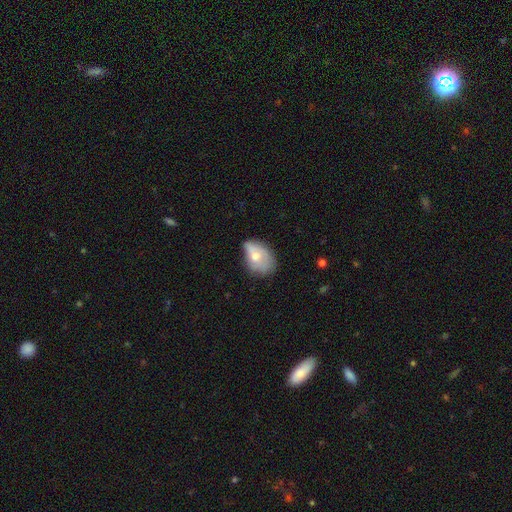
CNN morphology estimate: Smooth or featured: smooth — 61% (featured or disk — 31%)
How rounded: in between — 78% (round — 21%)
Merging: minor disturbance — 40% (none — 38%)